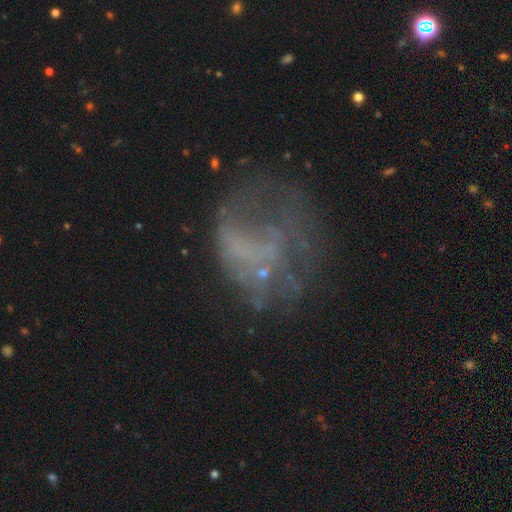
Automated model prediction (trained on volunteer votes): Morphology: type=featured or disk (53%); edge-on=no (98%); bar=no (87%); spiral arms=no (84%); bulge=none (75%); merging=none (40%).